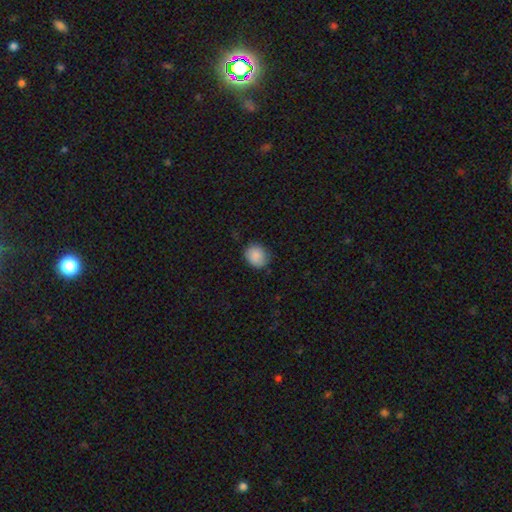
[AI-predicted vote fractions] Morphology: type=smooth (88%); roundness=round (69%); merging=none (79%).